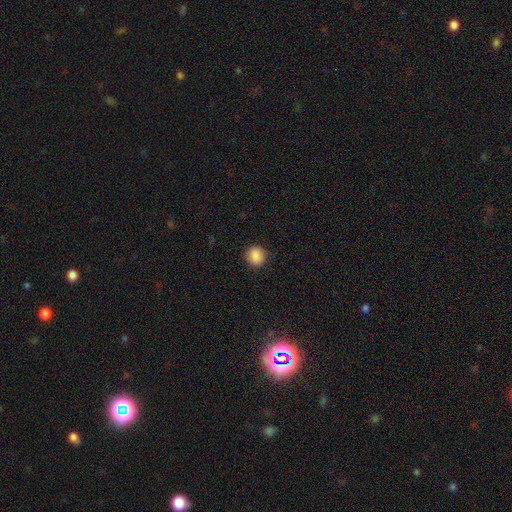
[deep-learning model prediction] smooth 89%, star or artifact 9%, featured or disk 3%. Down the decision tree: how rounded — round (89%); merging — none (90%).